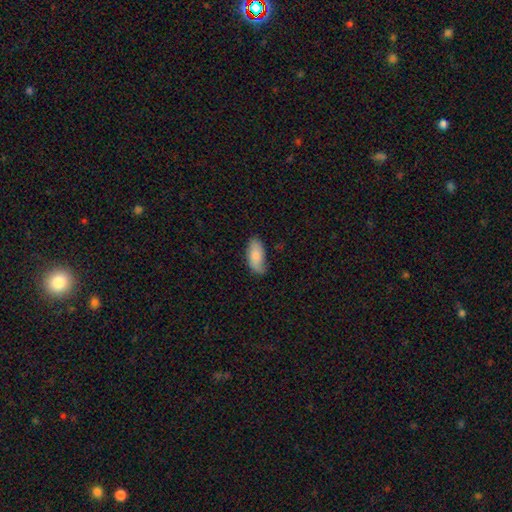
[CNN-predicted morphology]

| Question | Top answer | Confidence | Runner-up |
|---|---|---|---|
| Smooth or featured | smooth | 79% | featured or disk (15%) |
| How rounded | in between | 91% | cigar-shaped (7%) |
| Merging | none | 65% | minor disturbance (27%) |